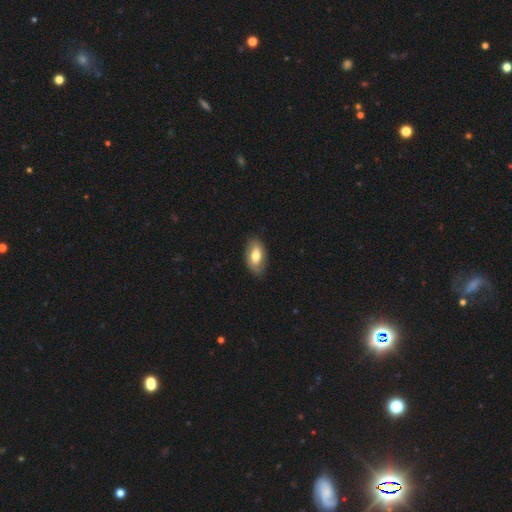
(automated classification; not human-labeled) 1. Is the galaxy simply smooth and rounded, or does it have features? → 63% smooth, 31% featured or disk, 6% star or artifact.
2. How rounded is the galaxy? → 93% in between, 5% round, 2% cigar-shaped.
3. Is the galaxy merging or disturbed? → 79% none, 16% minor disturbance, 4% major disturbance, 1% merger.